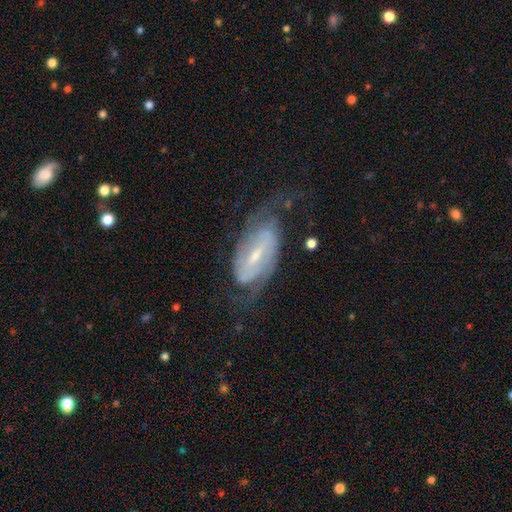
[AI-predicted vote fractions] Smooth or featured: featured or disk — 83% (smooth — 11%)
Edge-on disk: no — 93% (yes — 7%)
Bar: weak — 45% (strong — 39%)
Spiral arms: yes — 93% (no — 7%)
Spiral winding: medium — 43% (tight — 36%)
Spiral arm count: 2 — 74% (can't tell — 14%)
Bulge size: small — 53% (moderate — 39%)
Merging: none — 62% (minor disturbance — 19%)